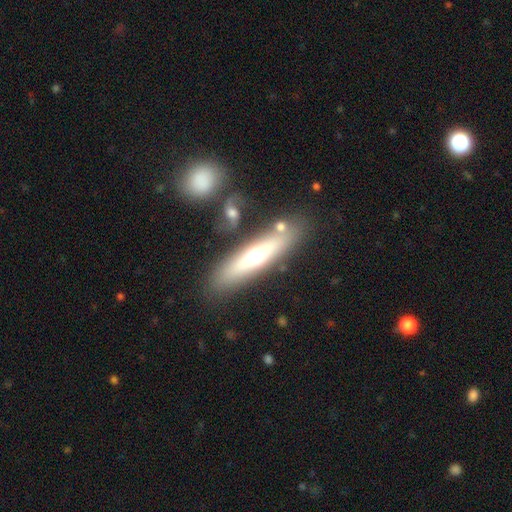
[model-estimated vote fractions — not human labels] Q: Smooth or featured?
A: smooth (47%); runner-up: featured or disk (46%)
Q: Merging?
A: none (76%); runner-up: minor disturbance (11%)